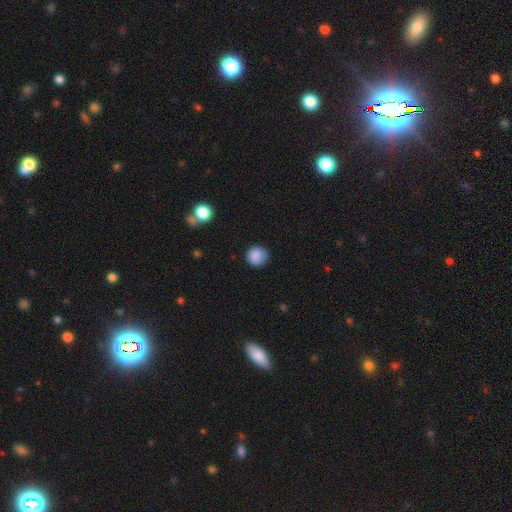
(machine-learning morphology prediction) smooth_or_featured: smooth (p=0.86) [alt: star or artifact p=0.09]
how_rounded: round (p=0.88) [alt: in between p=0.12]
merging: none (p=0.79) [alt: minor disturbance p=0.16]